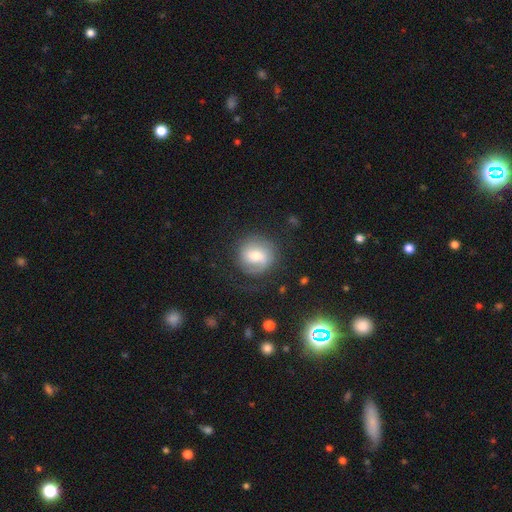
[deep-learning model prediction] smooth_or_featured: featured or disk (p=0.48) [alt: smooth p=0.43]
merging: none (p=0.71) [alt: minor disturbance p=0.16]